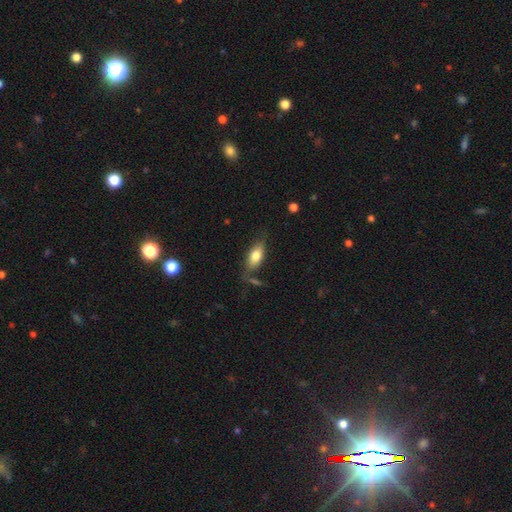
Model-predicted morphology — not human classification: Smooth or featured: smooth — 72% (featured or disk — 21%)
How rounded: in between — 82% (cigar-shaped — 14%)
Merging: none — 68% (minor disturbance — 19%)